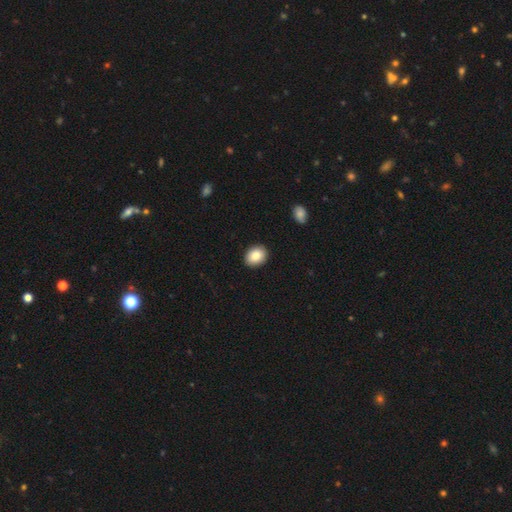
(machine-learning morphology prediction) smooth-or-featured: smooth: 86% | star or artifact: 8% | featured or disk: 7%
  how-rounded: in between: 56% | round: 43% | cigar-shaped: 1%
  merging: none: 90% | minor disturbance: 7% | major disturbance: 2% | merger: 1%